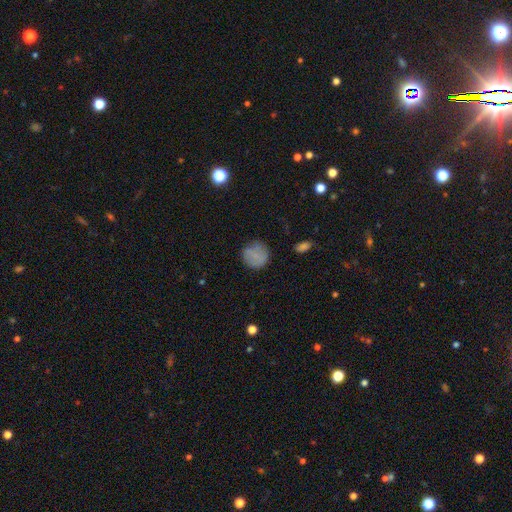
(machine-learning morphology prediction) A smooth galaxy with no disk features (76%) that is round (88%).

Vote fractions:
- Smooth or featured? smooth: 76% / featured or disk: 13% / star or artifact: 10%
- How rounded? round: 88% / in between: 11% / cigar-shaped: 1%
- Merging? none: 72% / minor disturbance: 19% / major disturbance: 7% / merger: 2%